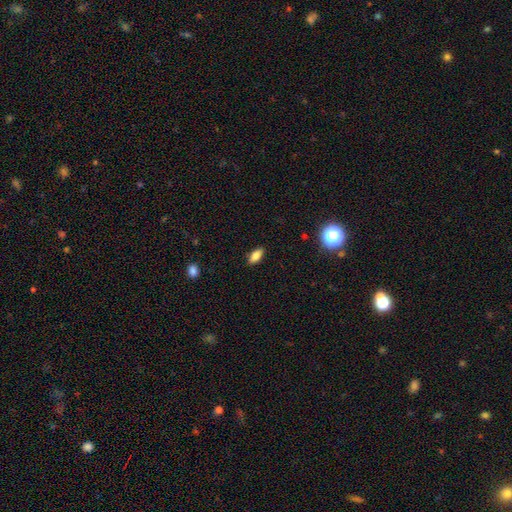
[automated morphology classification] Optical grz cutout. It shows a smooth galaxy with no disk features (83%) that is in between round and cigar-shaped (86%). Merging: none (88%).